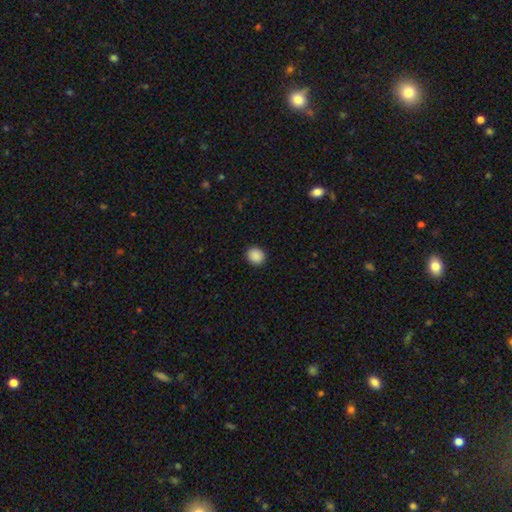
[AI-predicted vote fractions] Smooth or featured? Predicted: smooth (p=0.89). How rounded? Predicted: round (p=0.81). Merging? Predicted: none (p=0.92).